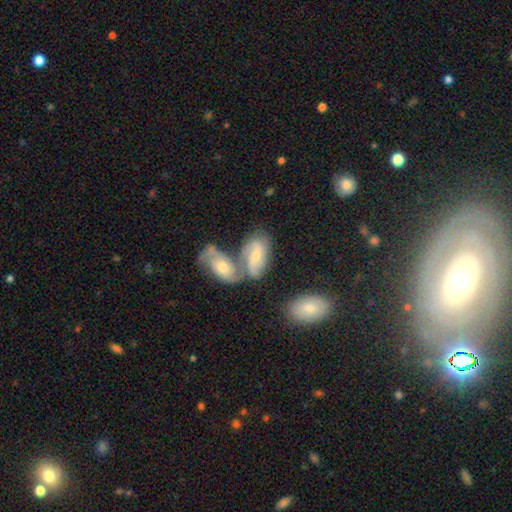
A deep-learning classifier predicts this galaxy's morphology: Overall: featured or disk (55%; smooth 38%). Edge-on disk: no (91%). Bar: no (58%; weak 34%). Spiral arms: yes (79%). Bulge size: small (55%; moderate 39%). Merging: merger (57%; none 24%).